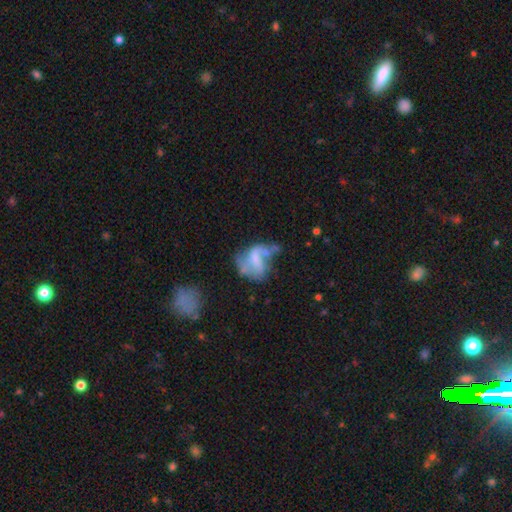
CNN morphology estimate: type=featured or disk (59%); edge-on=no (96%); bar=no (39%); spiral arms=yes (60%); bulge=none (48%); merging=major disturbance (32%).